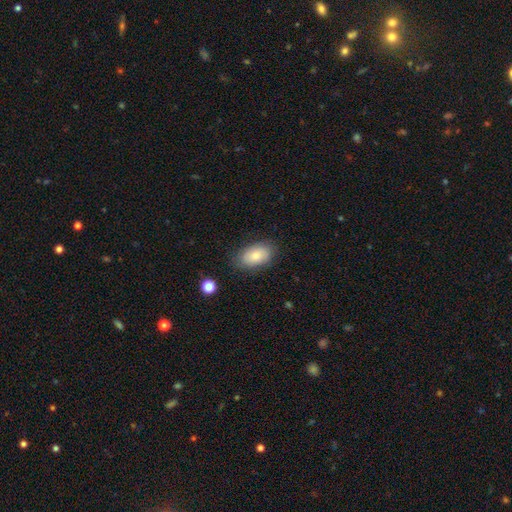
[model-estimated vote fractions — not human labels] Smooth or featured: smooth — 79% (featured or disk — 14%)
How rounded: in between — 92% (round — 6%)
Merging: none — 79% (minor disturbance — 16%)